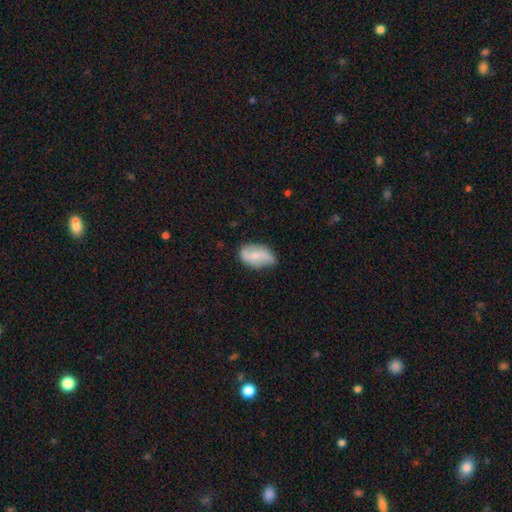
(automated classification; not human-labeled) The model was most divided on "smooth or featured": featured or disk: 48%, smooth: 45%, star or artifact: 7%. More confident: merging — none (59%).